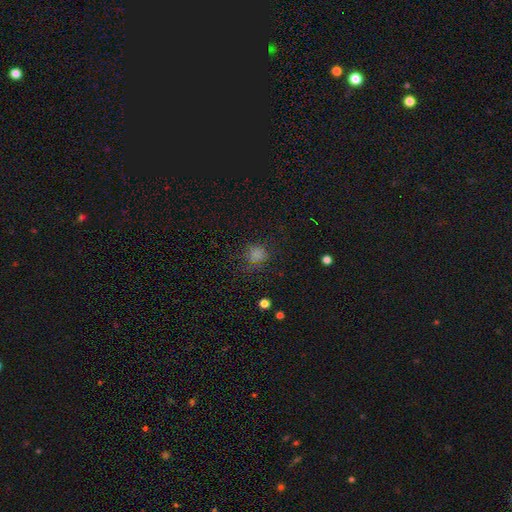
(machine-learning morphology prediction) This is likely a smooth galaxy (66%). How rounded: clearly round (83%). Merging: likely none (70%).